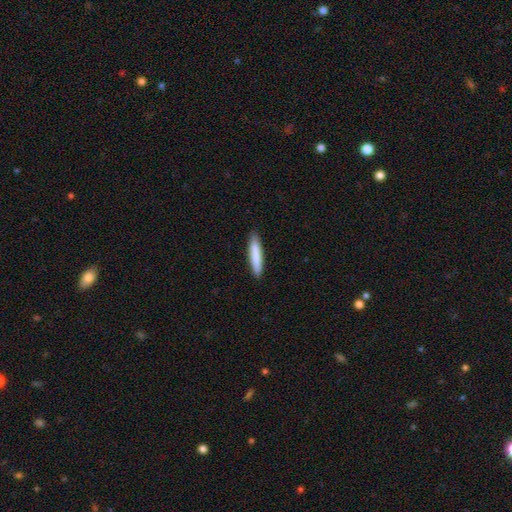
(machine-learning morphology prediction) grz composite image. It shows a smooth galaxy with no disk features (82%) that is cigar-shaped (89%). Merging: none (89%).